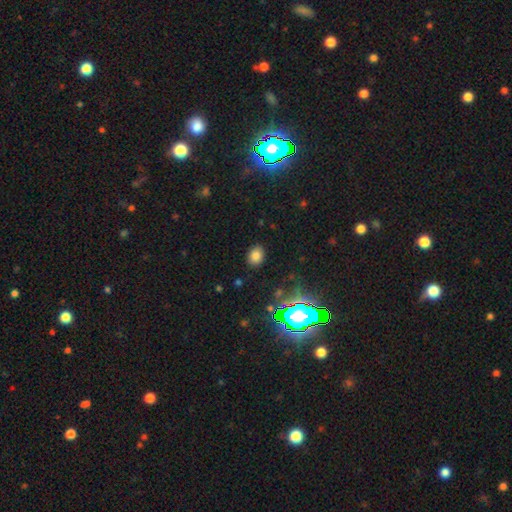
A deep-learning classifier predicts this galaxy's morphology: smooth 76%, star or artifact 18%, featured or disk 6%. Down the decision tree: how rounded — in between (58%); merging — none (86%).